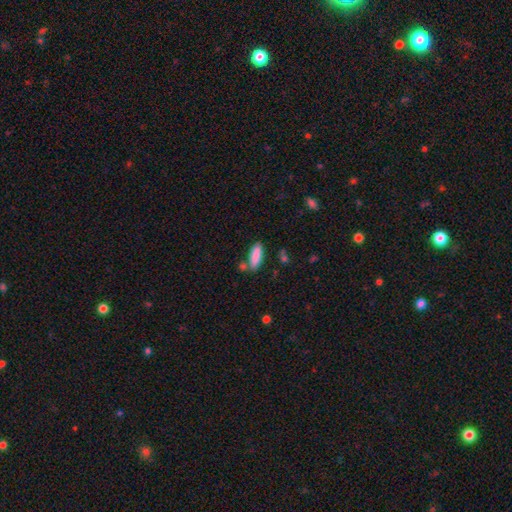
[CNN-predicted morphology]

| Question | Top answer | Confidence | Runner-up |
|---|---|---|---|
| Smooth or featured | smooth | 87% | star or artifact (7%) |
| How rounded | in between | 58% | cigar-shaped (40%) |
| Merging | none | 70% | minor disturbance (14%) |